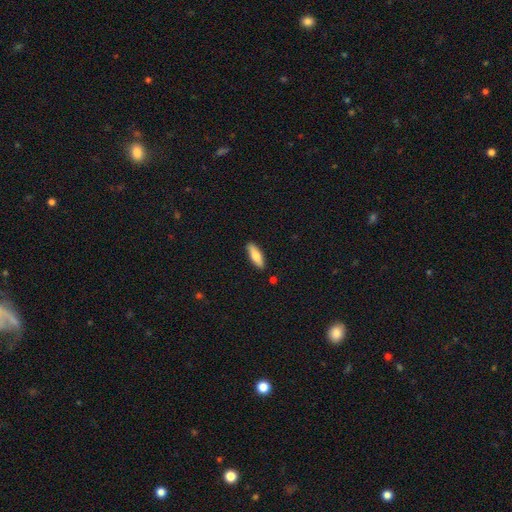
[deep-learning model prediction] A smooth galaxy with no disk features (76%) that is in between round and cigar-shaped (56%).

Vote fractions:
- Smooth or featured? smooth: 76% / featured or disk: 18% / star or artifact: 6%
- How rounded? in between: 56% / cigar-shaped: 42% / round: 2%
- Merging? none: 87% / minor disturbance: 9% / merger: 2% / major disturbance: 2%